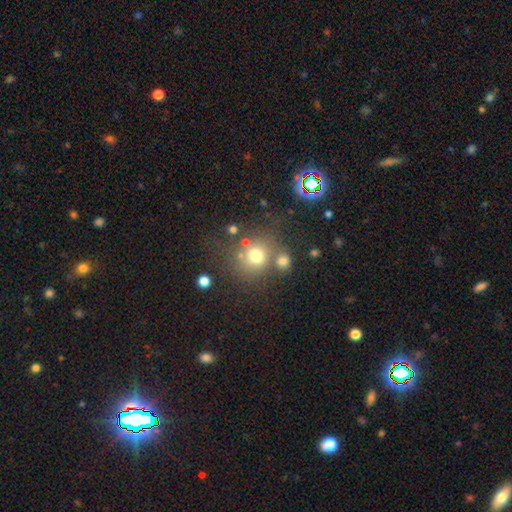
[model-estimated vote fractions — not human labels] Smooth or featured? smooth (71%)
How rounded? round (85%)
Merging? none (60%)